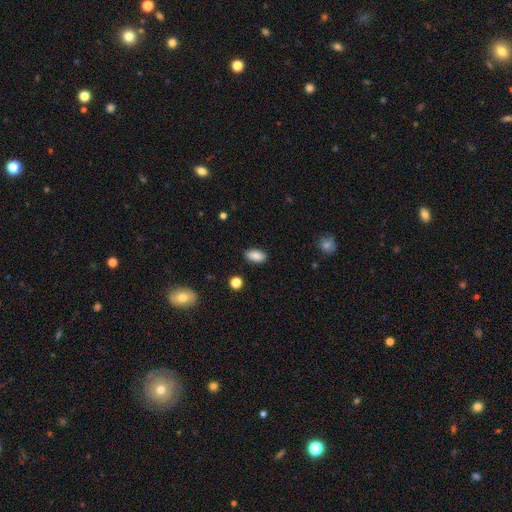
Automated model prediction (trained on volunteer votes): A smooth galaxy with no disk features (87%) that is in between round and cigar-shaped (92%).

Vote fractions:
- Smooth or featured? smooth: 87% / star or artifact: 8% / featured or disk: 5%
- How rounded? in between: 92% / round: 4% / cigar-shaped: 3%
- Merging? none: 86% / minor disturbance: 10% / major disturbance: 2% / merger: 1%